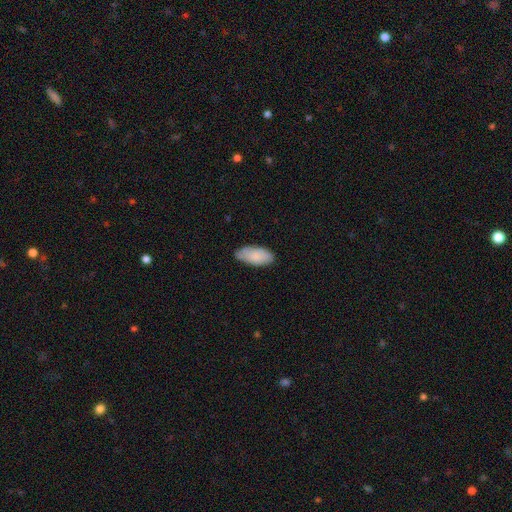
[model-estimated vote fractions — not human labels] Smooth or featured?
  - smooth: 84% *
  - featured or disk: 10%
  - star or artifact: 6%
How rounded?
  - in between: 92% *
  - cigar-shaped: 6%
  - round: 2%
Merging?
  - none: 72% *
  - minor disturbance: 23%
  - major disturbance: 3%
  - merger: 1%